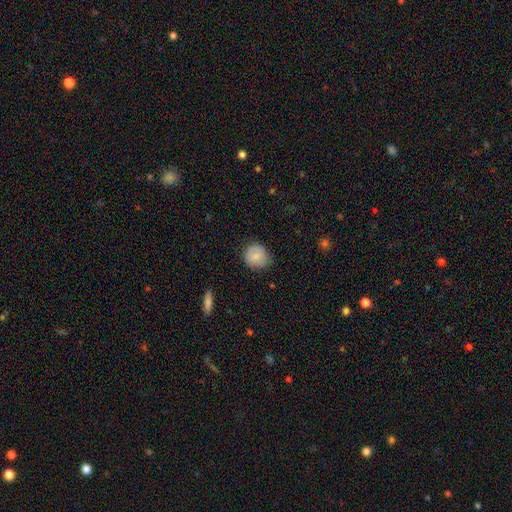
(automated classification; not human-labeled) Morphology: type=smooth (79%); roundness=round (84%); merging=none (75%).